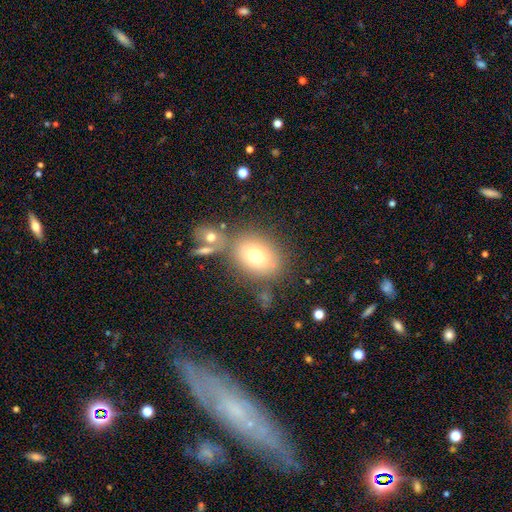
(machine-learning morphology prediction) Smooth or featured? Predicted: smooth (p=0.73). How rounded? Predicted: in between (p=0.62). Merging? Predicted: none (p=0.66).